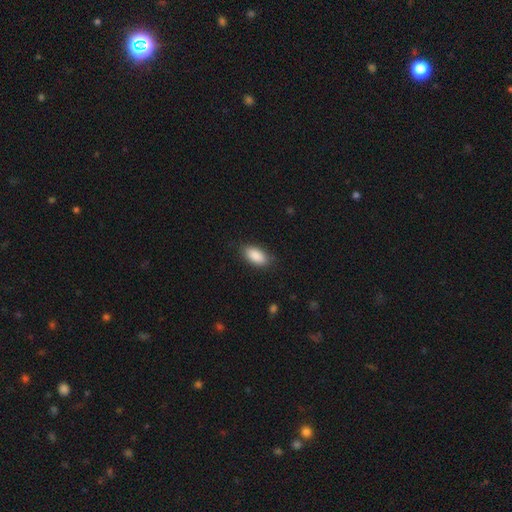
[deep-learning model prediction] Smooth or featured: smooth — 89% (star or artifact — 6%)
How rounded: in between — 93% (cigar-shaped — 4%)
Merging: none — 83% (minor disturbance — 13%)